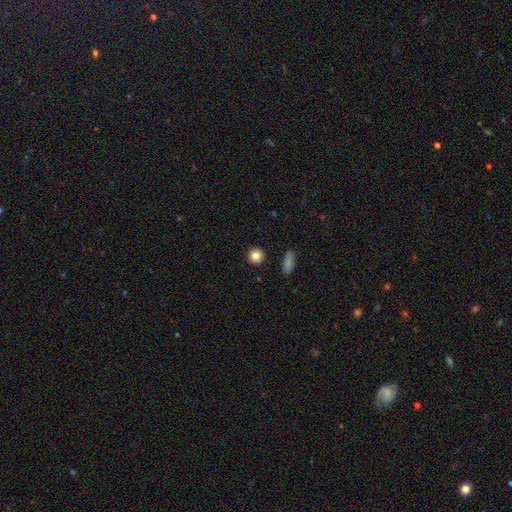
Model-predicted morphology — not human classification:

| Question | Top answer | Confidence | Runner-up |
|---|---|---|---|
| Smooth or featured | smooth | 85% | star or artifact (10%) |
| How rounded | round | 91% | in between (8%) |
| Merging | none | 91% | minor disturbance (6%) |